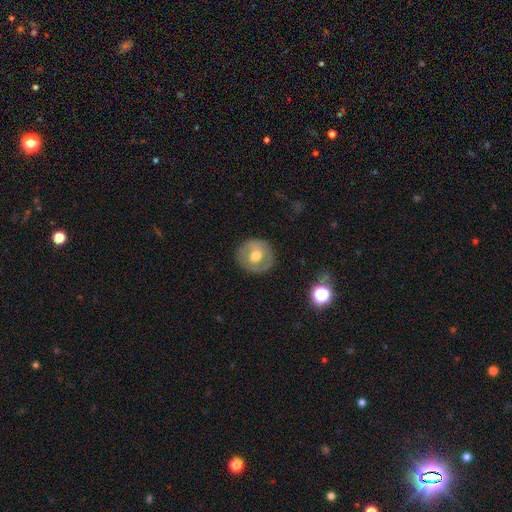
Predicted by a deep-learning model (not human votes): A smooth galaxy with no disk features (51%) that is round (90%). Merging: none (86%).